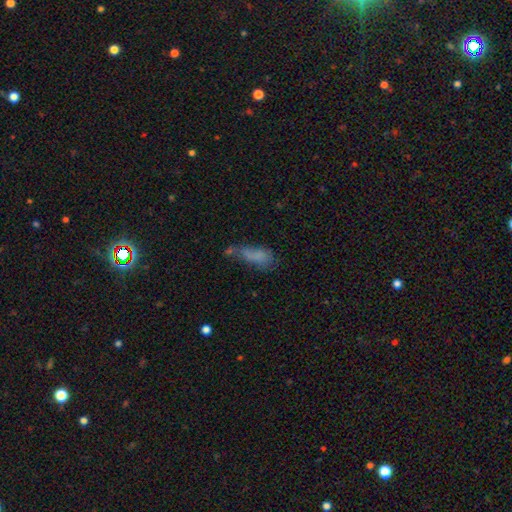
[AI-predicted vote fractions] Smooth or featured? Predicted: smooth (p=0.64). How rounded? Predicted: in between (p=0.70). Merging? Predicted: none (p=0.30).